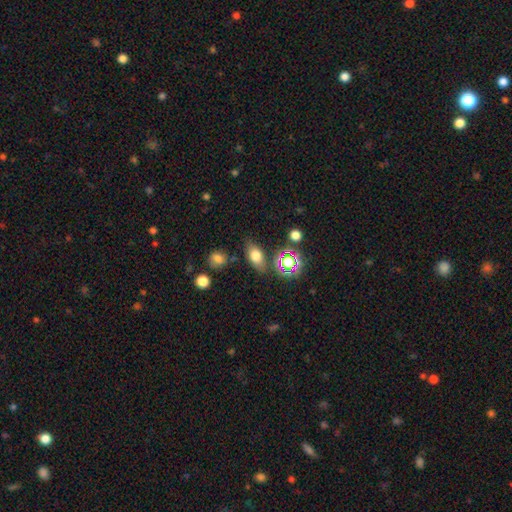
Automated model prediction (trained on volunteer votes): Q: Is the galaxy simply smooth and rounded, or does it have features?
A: smooth — 70%.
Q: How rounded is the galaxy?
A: in between — 81%.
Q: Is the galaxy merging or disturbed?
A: none — 77%.